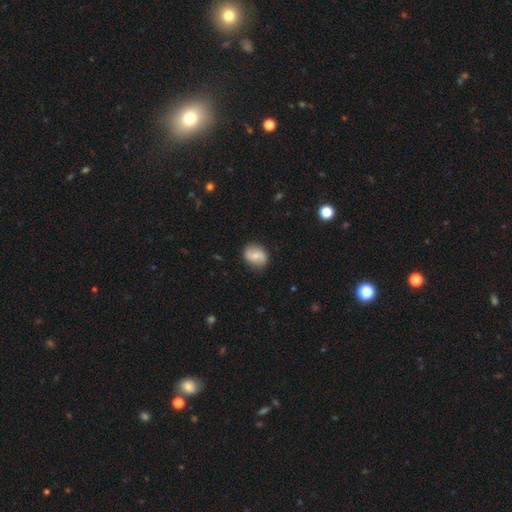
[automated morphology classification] A smooth galaxy with no disk features (54%) that is round (53%).

Vote fractions:
- Smooth or featured? smooth: 54% / featured or disk: 39% / star or artifact: 7%
- How rounded? round: 53% / in between: 46% / cigar-shaped: 1%
- Merging? none: 82% / minor disturbance: 14% / major disturbance: 3% / merger: 1%